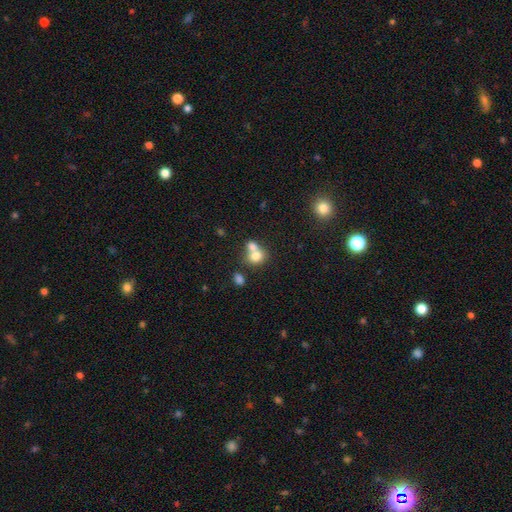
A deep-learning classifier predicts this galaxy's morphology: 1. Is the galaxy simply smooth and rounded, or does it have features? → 74% smooth, 15% featured or disk, 10% star or artifact.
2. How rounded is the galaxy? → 57% round, 41% in between, 1% cigar-shaped.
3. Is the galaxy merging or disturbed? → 62% merger, 28% none, 7% minor disturbance, 4% major disturbance.